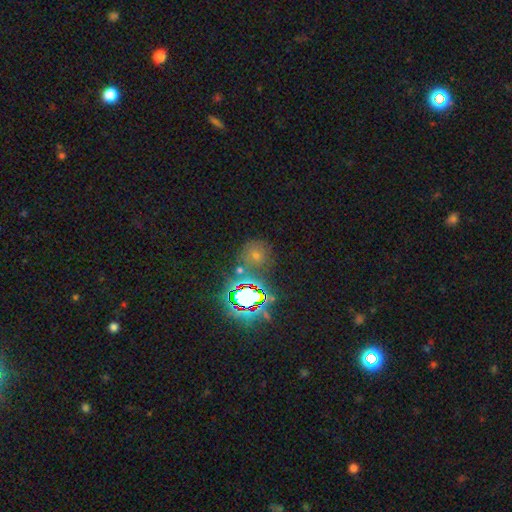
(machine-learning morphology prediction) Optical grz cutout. It shows a star or artifact, not a galaxy (56%).